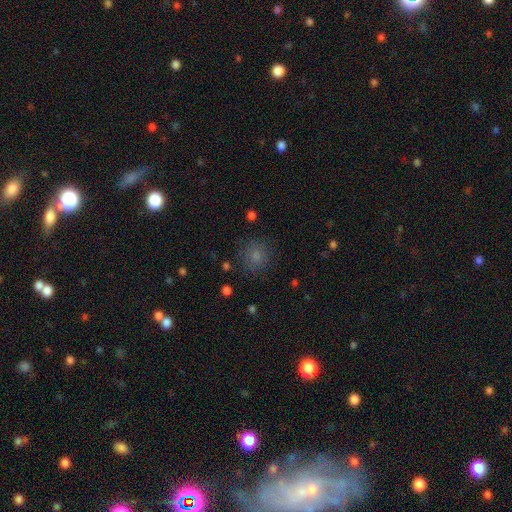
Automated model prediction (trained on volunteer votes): Smooth or featured: smooth — 78% (star or artifact — 14%)
How rounded: round — 87% (in between — 12%)
Merging: none — 81% (minor disturbance — 12%)